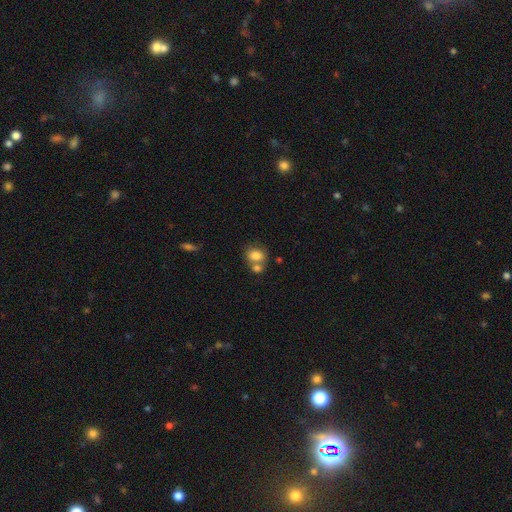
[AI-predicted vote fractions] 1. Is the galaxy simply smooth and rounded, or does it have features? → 80% smooth, 10% featured or disk, 9% star or artifact.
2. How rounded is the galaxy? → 62% in between, 37% round, 1% cigar-shaped.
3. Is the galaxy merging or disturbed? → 43% none, 42% merger, 11% minor disturbance, 5% major disturbance.